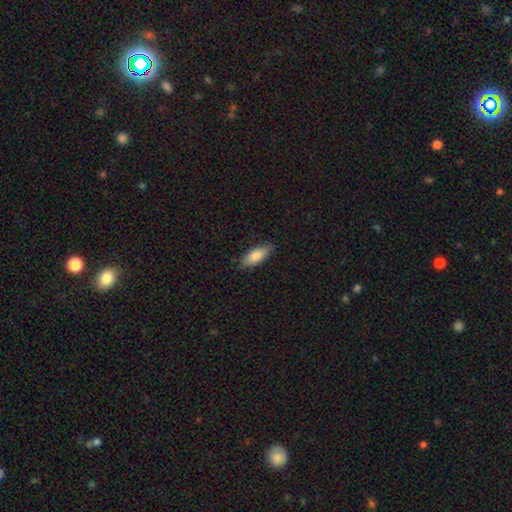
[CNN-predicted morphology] Smooth or featured? smooth (82%)
How rounded? in between (76%)
Merging? none (84%)